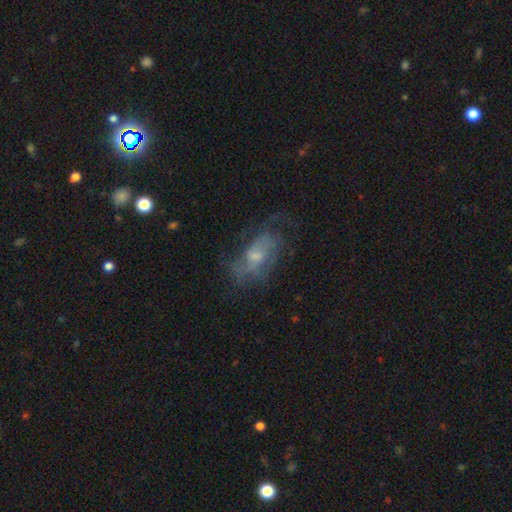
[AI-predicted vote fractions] Morphology: type=featured or disk (63%); edge-on=no (94%); bar=no (68%); spiral arms=yes (67%); bulge=small (46%); merging=none (53%).